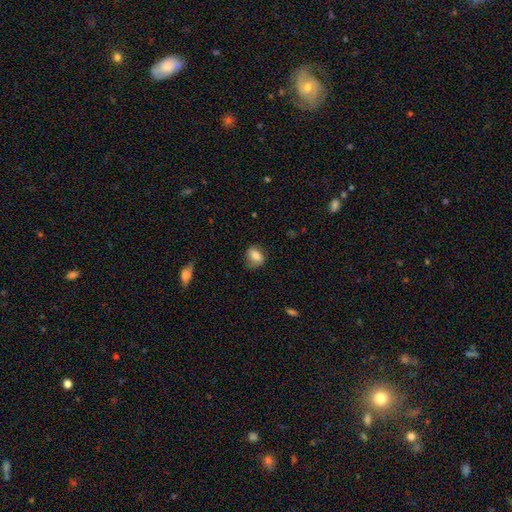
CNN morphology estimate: Overall: smooth (77%). How rounded: in between (67%; round 31%). Merging: none (73%).